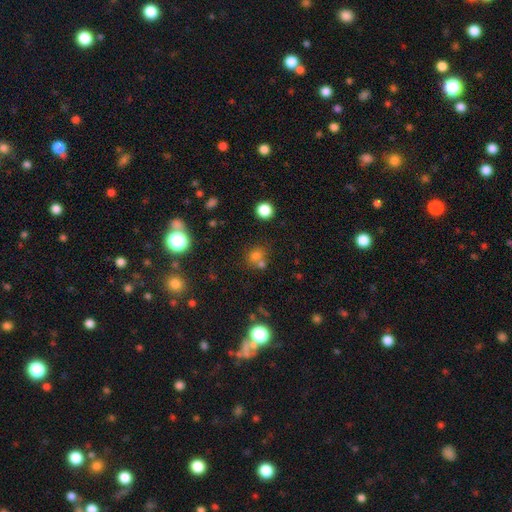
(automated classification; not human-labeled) smooth 63%, star or artifact 26%, featured or disk 11%. Down the decision tree: how rounded — round (81%); merging — none (52%).